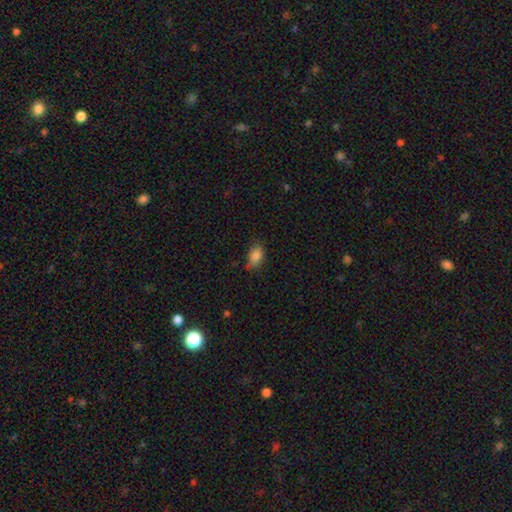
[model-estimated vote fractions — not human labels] Overall: smooth (85%). How rounded: in between (87%). Merging: none (64%; minor disturbance 28%).